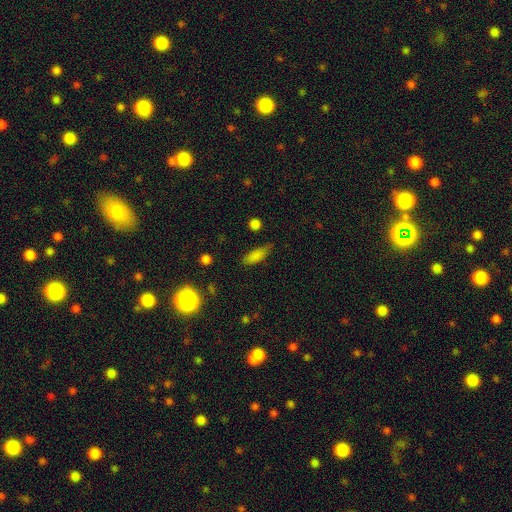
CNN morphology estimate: This is clearly a smooth galaxy (81%). How rounded: likely in between (63%). Merging: likely none (66%).